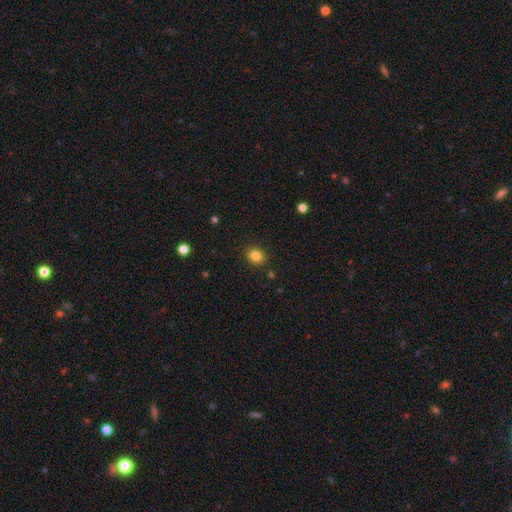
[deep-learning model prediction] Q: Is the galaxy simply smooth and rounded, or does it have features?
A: smooth — 83%.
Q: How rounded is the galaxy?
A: round — 72%.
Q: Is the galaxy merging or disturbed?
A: none — 89%.